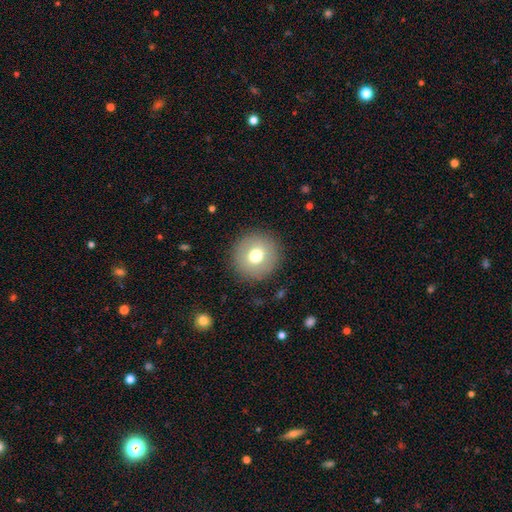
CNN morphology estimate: This is likely a smooth galaxy (72%). How rounded: clearly round (95%). Merging: clearly none (90%).